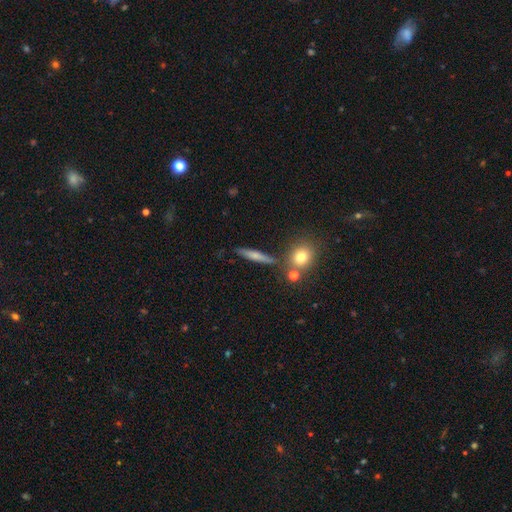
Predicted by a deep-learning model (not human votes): A smooth galaxy with no disk features (64%) that is cigar-shaped (79%). Merging: none (77%).